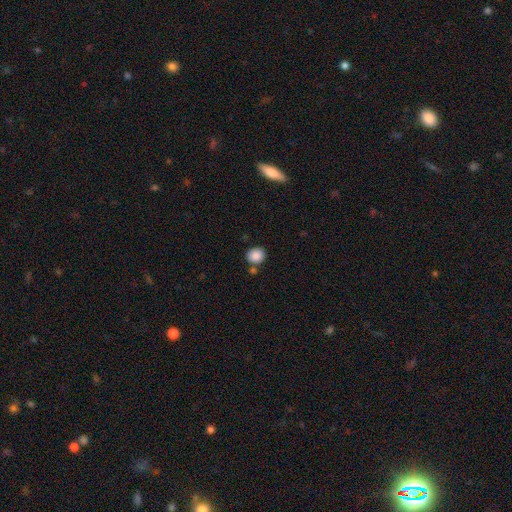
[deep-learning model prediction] A smooth galaxy with no disk features (88%) that is round (73%). Merging: none (75%).